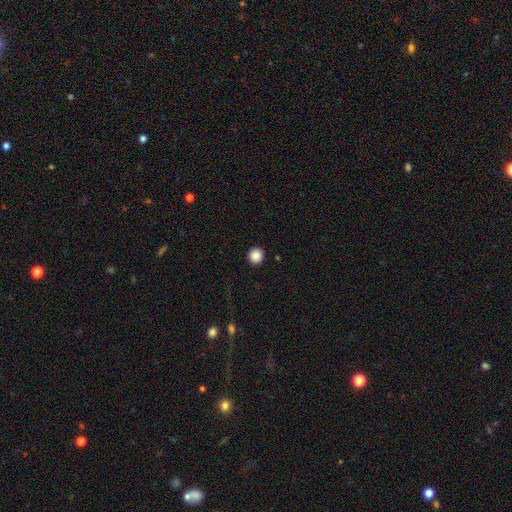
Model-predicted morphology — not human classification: smooth-or-featured: smooth: 88% | star or artifact: 9% | featured or disk: 3%
  how-rounded: round: 96% | in between: 4% | cigar-shaped: 1%
  merging: none: 93% | minor disturbance: 4% | major disturbance: 2% | merger: 1%